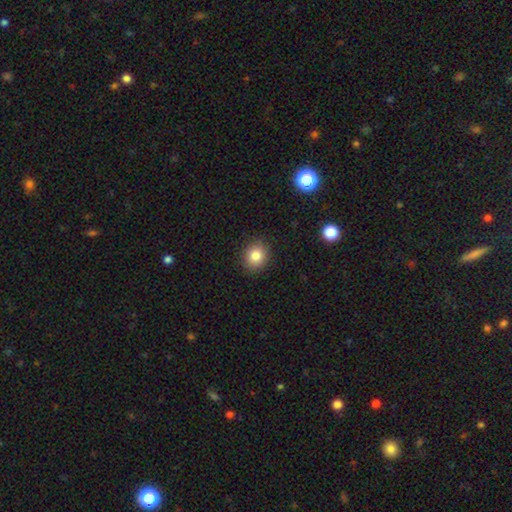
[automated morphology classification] This appears to be a smooth galaxy with no disk features (82%) that is round (77%). Merging: none (90%).